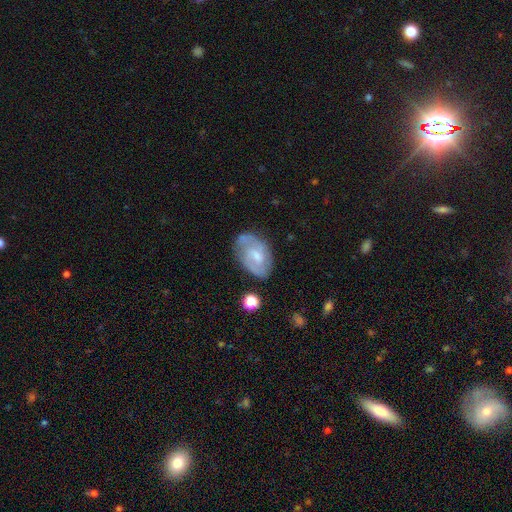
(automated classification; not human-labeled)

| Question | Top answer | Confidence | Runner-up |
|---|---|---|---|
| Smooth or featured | featured or disk | 67% | smooth (26%) |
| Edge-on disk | no | 96% | yes (4%) |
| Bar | weak | 55% | no (35%) |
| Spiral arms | yes | 83% | no (17%) |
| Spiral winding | medium | 47% | tight (35%) |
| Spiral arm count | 2 | 63% | can't tell (23%) |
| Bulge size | small | 44% | moderate (37%) |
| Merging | none | 65% | minor disturbance (23%) |